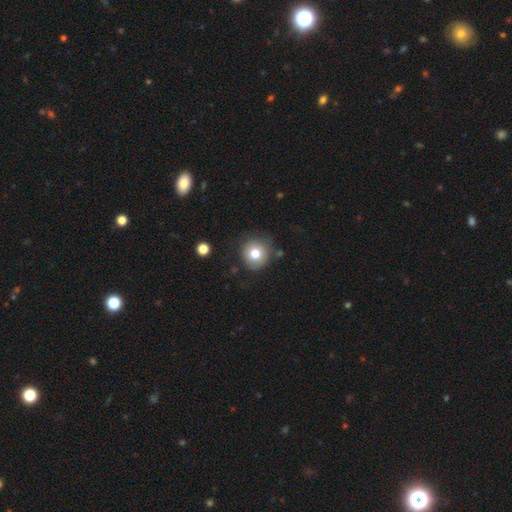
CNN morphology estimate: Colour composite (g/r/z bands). It shows a smooth galaxy with no disk features (76%) that is round (92%). Merging: none (80%).